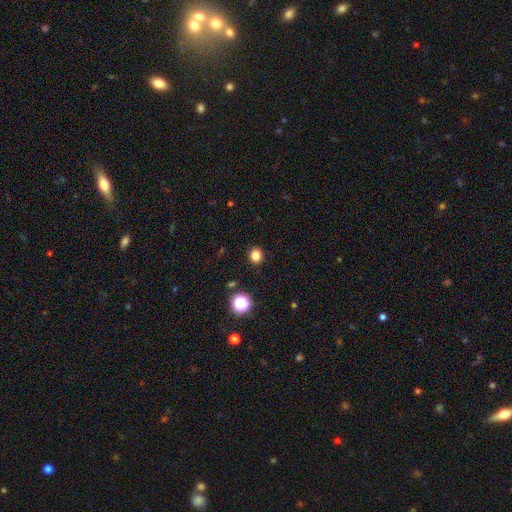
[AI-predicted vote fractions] Smooth or featured?
  - smooth: 82% *
  - star or artifact: 14%
  - featured or disk: 4%
How rounded?
  - round: 84% *
  - in between: 15%
  - cigar-shaped: 1%
Merging?
  - none: 91% *
  - minor disturbance: 6%
  - major disturbance: 2%
  - merger: 1%